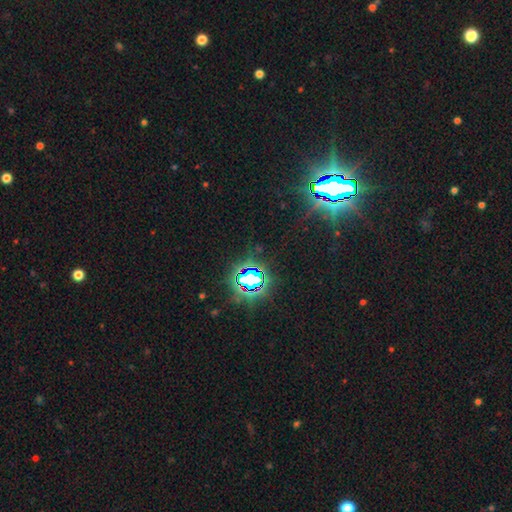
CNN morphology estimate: Smooth or featured: star or artifact — 85% (smooth — 8%)